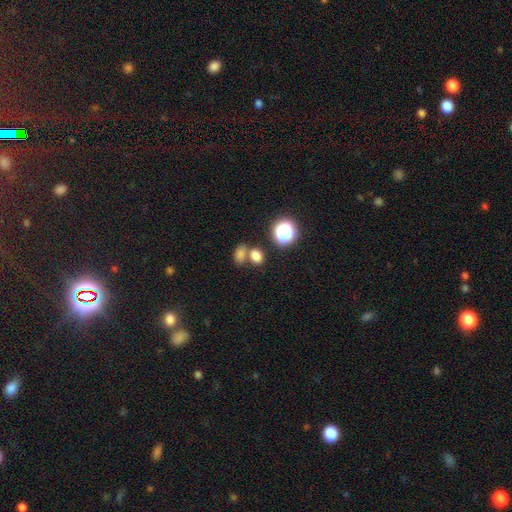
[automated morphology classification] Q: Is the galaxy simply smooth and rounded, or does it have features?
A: smooth — 76%.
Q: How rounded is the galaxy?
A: in between — 64%.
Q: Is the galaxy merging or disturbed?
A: none — 49%.